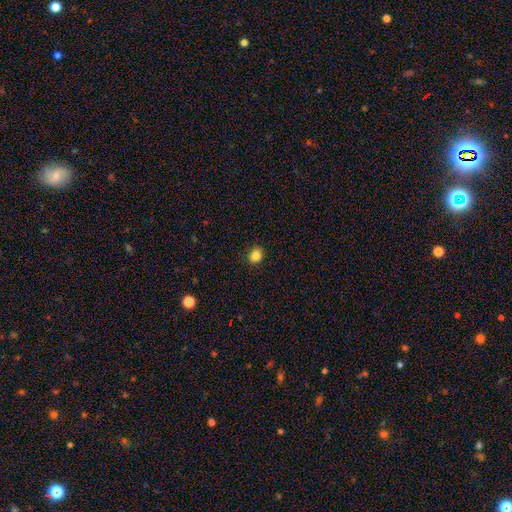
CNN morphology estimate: The model was most divided on "how rounded": round: 70%, in between: 29%, cigar-shaped: 1%. More confident: merging — none (90%); smooth or featured — smooth (85%).